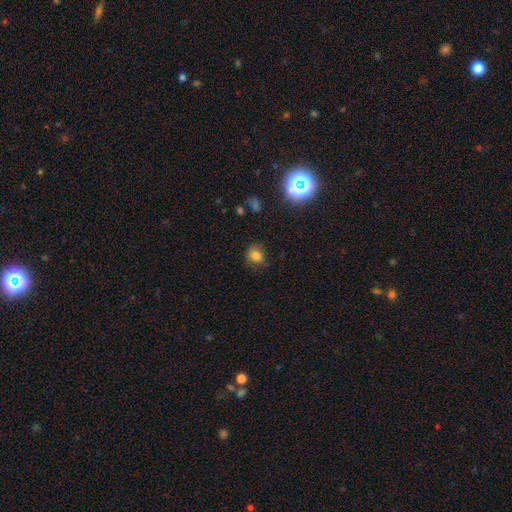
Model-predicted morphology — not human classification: A smooth galaxy with no disk features (77%) that is round (64%). Merging: none (75%).